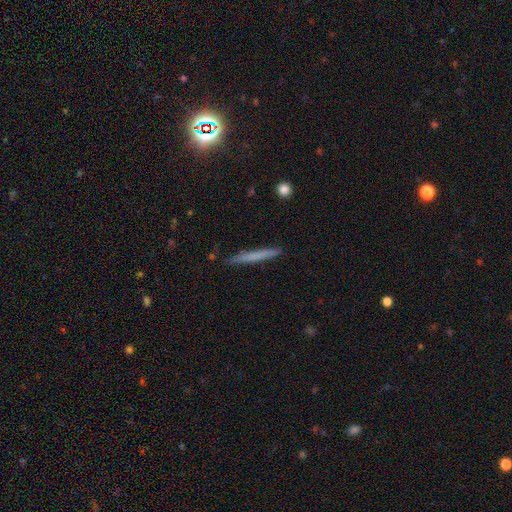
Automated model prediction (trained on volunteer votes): A smooth galaxy with no disk features (64%) that is cigar-shaped (96%). Merging: none (88%).